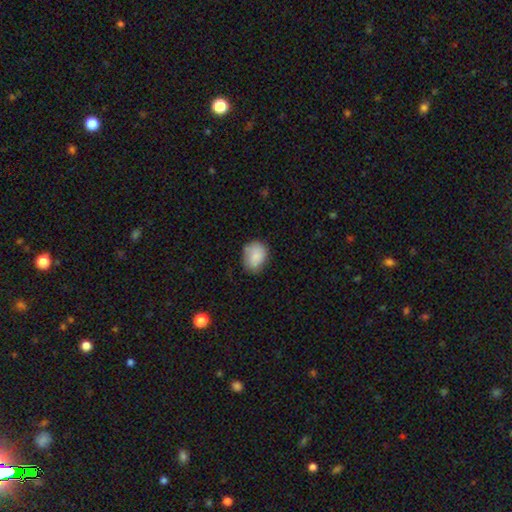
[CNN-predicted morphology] The model was most divided on "how rounded": in between: 63%, round: 36%, cigar-shaped: 1%. More confident: smooth or featured — smooth (85%); merging — none (65%).